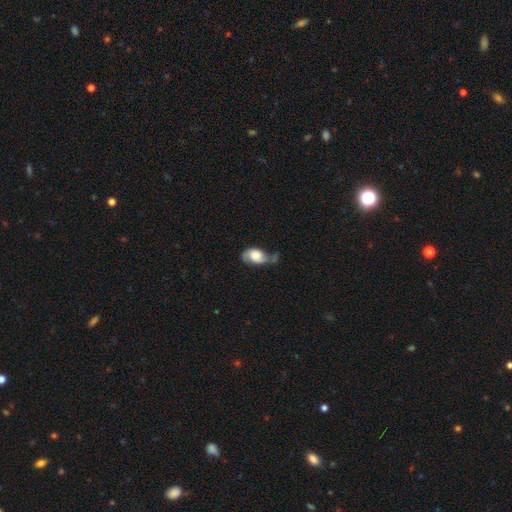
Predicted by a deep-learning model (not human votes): Overall: featured or disk (51%; smooth 41%). Edge-on disk: no (95%). Merging: none (31%; minor disturbance 30%).